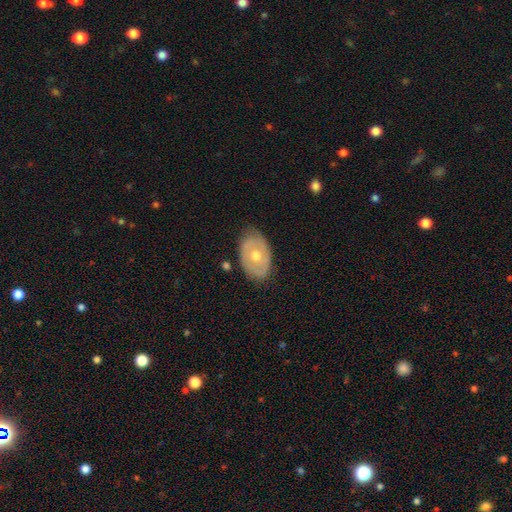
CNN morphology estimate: type=featured or disk (56%); edge-on=no (92%); bar=no (86%); spiral arms=no (74%); bulge=moderate (77%); merging=none (78%).